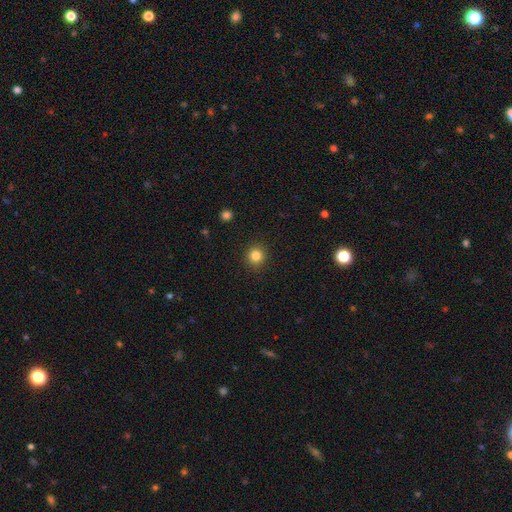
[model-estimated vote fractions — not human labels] The model was most divided on "smooth or featured": smooth: 84%, star or artifact: 12%, featured or disk: 5%. More confident: how rounded — round (91%); merging — none (91%).